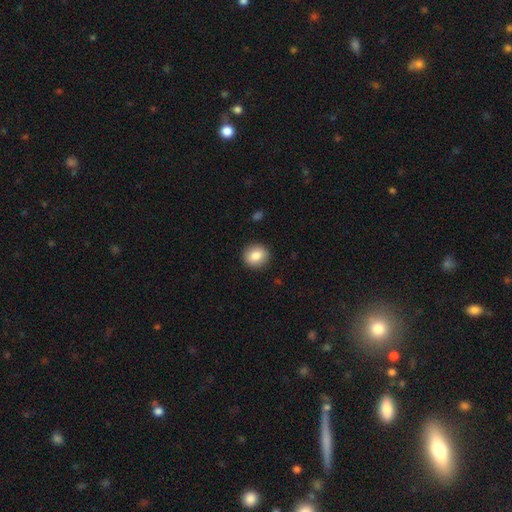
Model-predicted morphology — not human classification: smooth_or_featured: smooth (p=0.83) [alt: featured or disk p=0.09]
how_rounded: round (p=0.78) [alt: in between p=0.21]
merging: none (p=0.91) [alt: minor disturbance p=0.06]